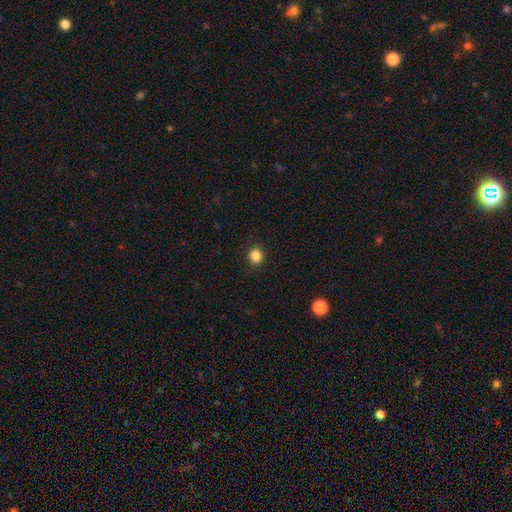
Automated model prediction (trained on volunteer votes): A smooth galaxy with no disk features (85%) that is round (87%).

Vote fractions:
- Smooth or featured? smooth: 85% / star or artifact: 11% / featured or disk: 3%
- How rounded? round: 87% / in between: 12% / cigar-shaped: 1%
- Merging? none: 92% / minor disturbance: 5% / major disturbance: 2% / merger: 1%